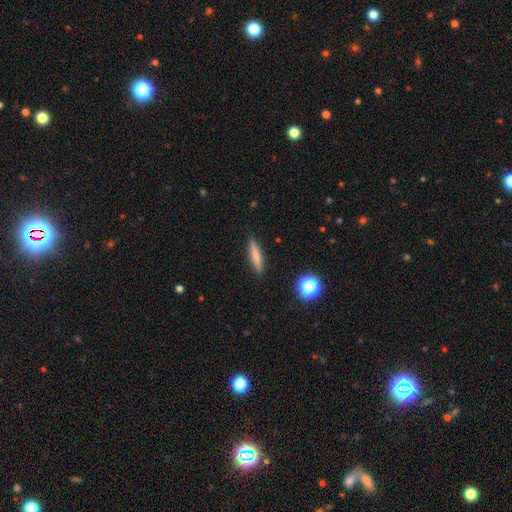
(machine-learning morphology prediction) Q: Smooth or featured?
A: smooth (71%); runner-up: featured or disk (20%)
Q: How rounded?
A: cigar-shaped (87%); runner-up: in between (11%)
Q: Merging?
A: none (89%); runner-up: minor disturbance (7%)